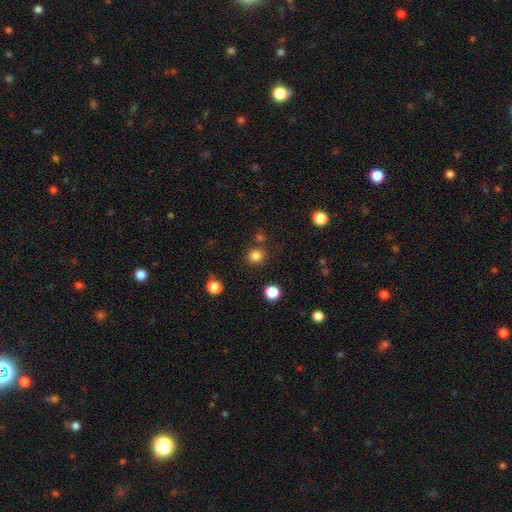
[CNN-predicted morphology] This appears to be a smooth galaxy with no disk features (82%) that is round (85%). Merging: none (81%).